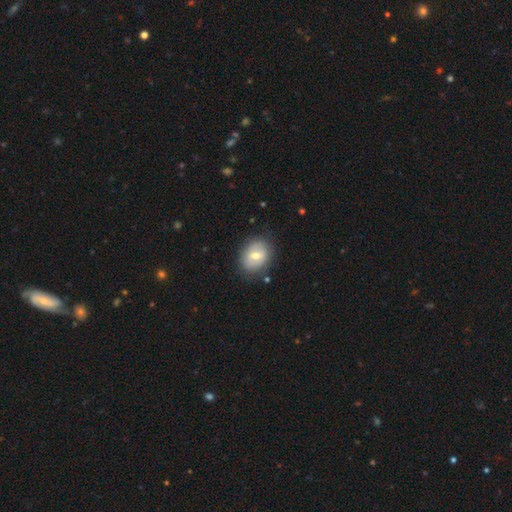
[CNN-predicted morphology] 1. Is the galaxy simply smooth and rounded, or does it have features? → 58% smooth, 34% featured or disk, 8% star or artifact.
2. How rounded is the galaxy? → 56% in between, 43% round, 1% cigar-shaped.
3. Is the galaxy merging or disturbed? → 81% none, 13% minor disturbance, 4% major disturbance, 2% merger.